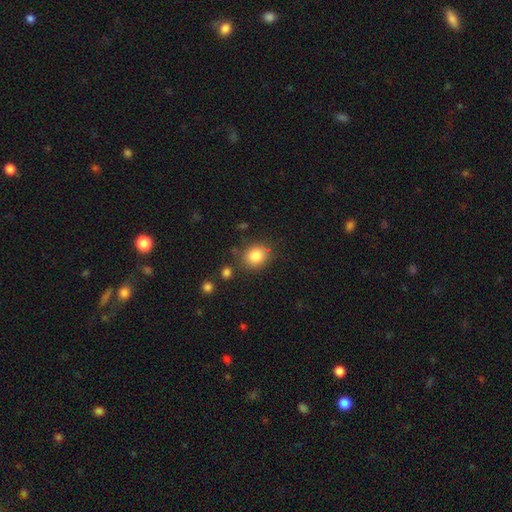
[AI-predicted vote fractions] Smooth or featured?
  - smooth: 83% *
  - star or artifact: 10%
  - featured or disk: 7%
How rounded?
  - round: 68% *
  - in between: 31%
  - cigar-shaped: 1%
Merging?
  - none: 80% *
  - minor disturbance: 12%
  - merger: 4%
  - major disturbance: 4%